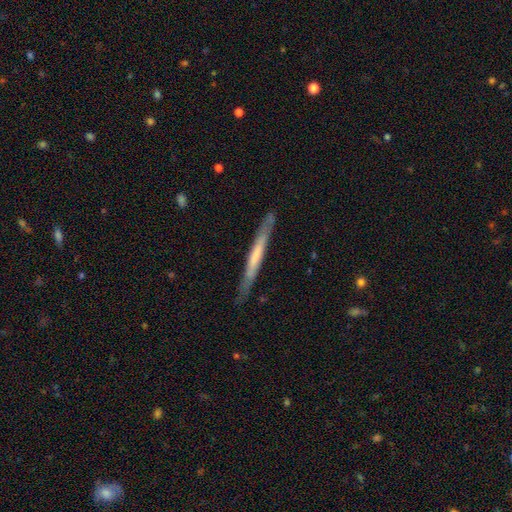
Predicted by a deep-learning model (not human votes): A featured or disk galaxy (50%). Merging: none (82%).